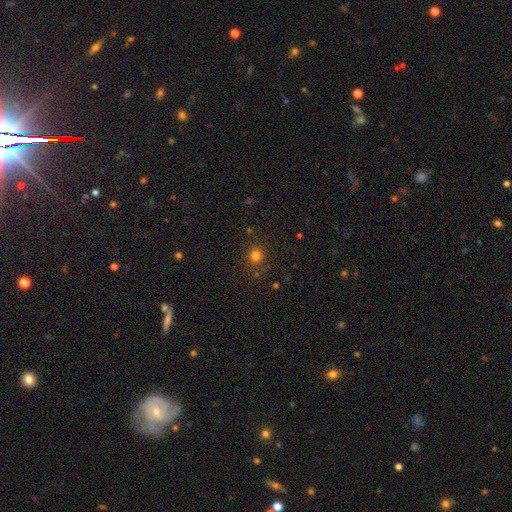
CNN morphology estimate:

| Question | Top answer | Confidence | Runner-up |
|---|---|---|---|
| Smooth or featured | smooth | 78% | star or artifact (17%) |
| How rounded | round | 88% | in between (11%) |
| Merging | none | 85% | minor disturbance (9%) |